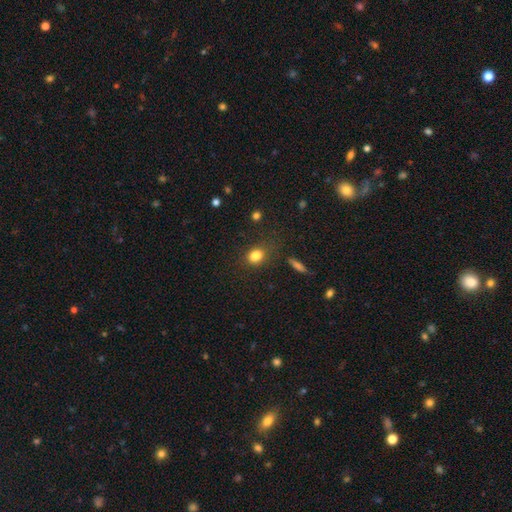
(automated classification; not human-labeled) Q: Smooth or featured?
A: smooth (83%); runner-up: star or artifact (11%)
Q: How rounded?
A: in between (55%); runner-up: round (44%)
Q: Merging?
A: none (75%); runner-up: minor disturbance (16%)